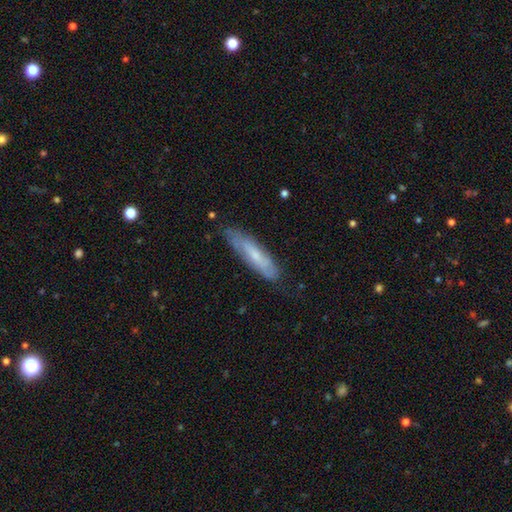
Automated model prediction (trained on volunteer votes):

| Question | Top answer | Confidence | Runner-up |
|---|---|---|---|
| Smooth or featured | smooth | 50% | featured or disk (43%) |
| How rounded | cigar-shaped | 75% | in between (23%) |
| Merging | none | 75% | minor disturbance (19%) |